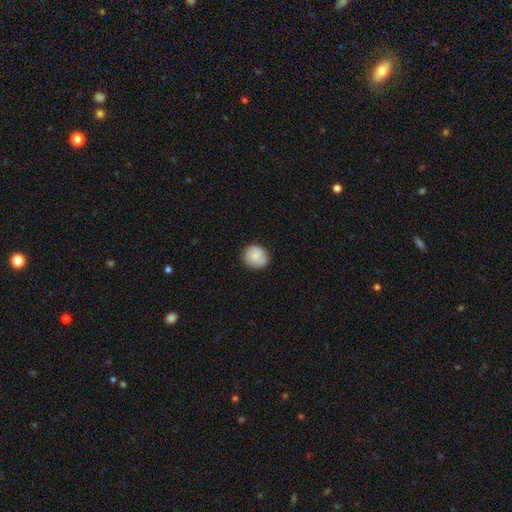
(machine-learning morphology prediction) This appears to be a smooth galaxy with no disk features (82%) that is round (79%). Merging: none (82%).